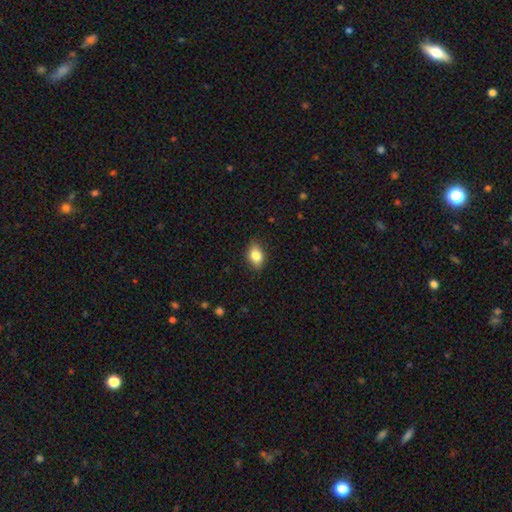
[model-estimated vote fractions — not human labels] A smooth galaxy with no disk features (82%) that is in between round and cigar-shaped (81%).

Vote fractions:
- Smooth or featured? smooth: 82% / featured or disk: 10% / star or artifact: 8%
- How rounded? in between: 81% / round: 17% / cigar-shaped: 2%
- Merging? none: 84% / minor disturbance: 12% / major disturbance: 2% / merger: 1%